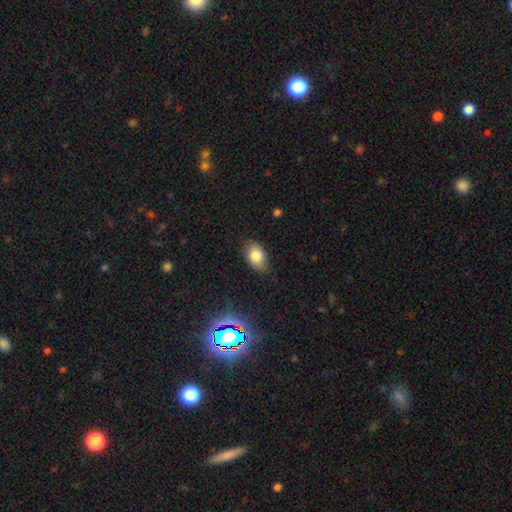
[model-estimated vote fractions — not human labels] A smooth galaxy with no disk features (81%) that is in between round and cigar-shaped (88%). Merging: none (77%).